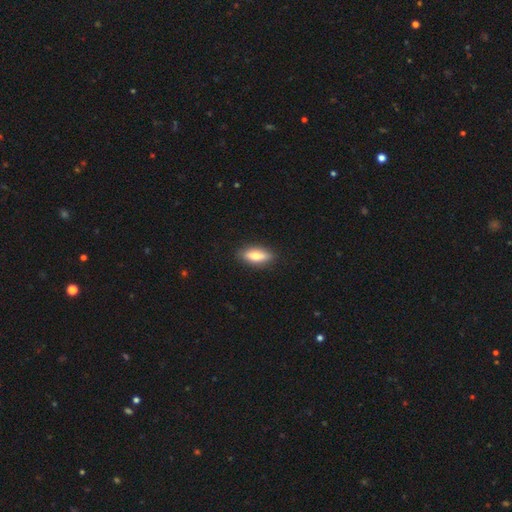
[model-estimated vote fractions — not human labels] smooth_or_featured: smooth (p=0.72) [alt: featured or disk p=0.22]
how_rounded: in between (p=0.71) [alt: cigar-shaped p=0.26]
merging: none (p=0.87) [alt: minor disturbance p=0.10]